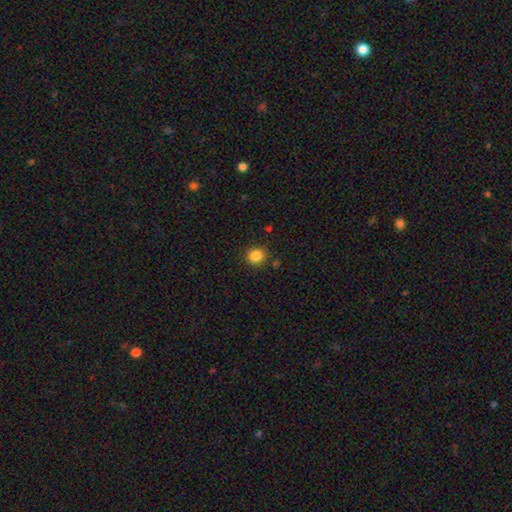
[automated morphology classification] smooth_or_featured: smooth (p=0.86) [alt: star or artifact p=0.11]
how_rounded: round (p=0.79) [alt: in between p=0.20]
merging: none (p=0.85) [alt: minor disturbance p=0.10]